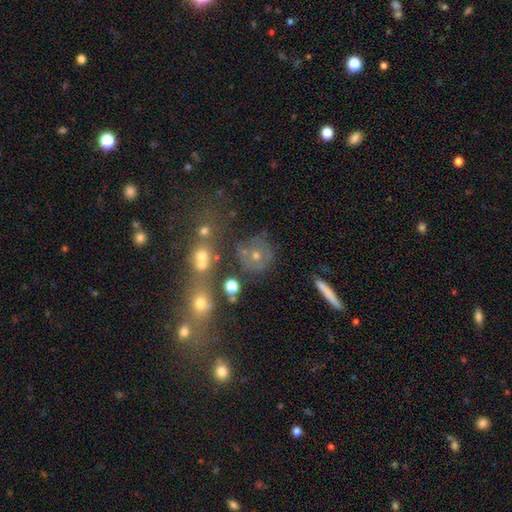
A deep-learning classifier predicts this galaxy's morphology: smooth-or-featured: smooth: 45% | featured or disk: 33% | star or artifact: 22%
  merging: none: 62% | minor disturbance: 16% | merger: 13% | major disturbance: 10%